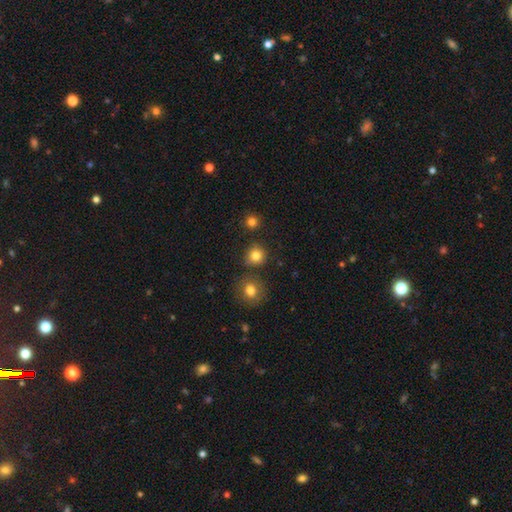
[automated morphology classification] Overall: smooth (82%). How rounded: round (91%). Merging: none (82%).